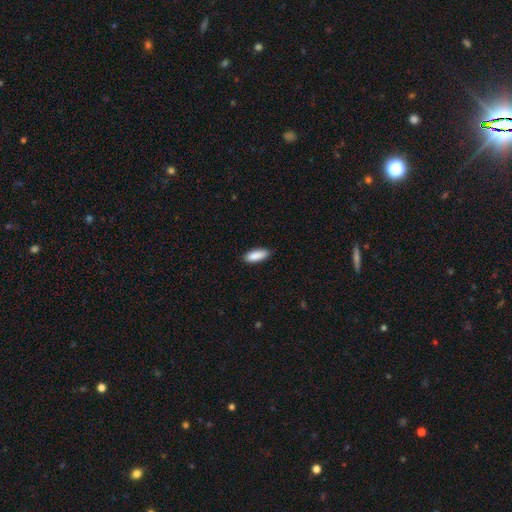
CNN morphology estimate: Overall: smooth (90%). How rounded: in between (77%). Merging: none (87%).